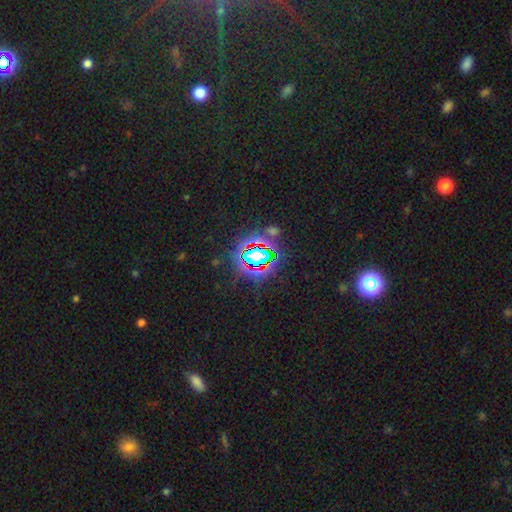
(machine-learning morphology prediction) star or artifact 71%, smooth 17%, featured or disk 12%.